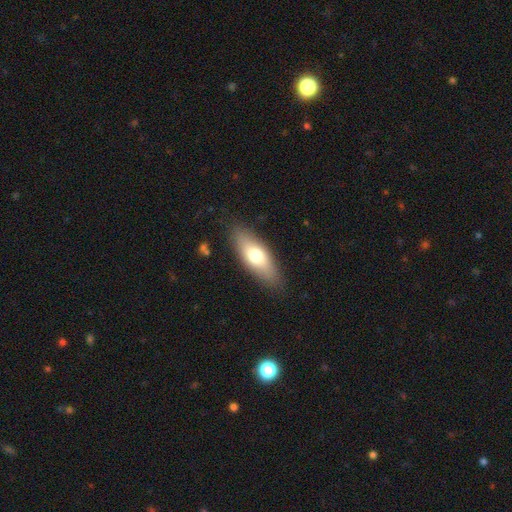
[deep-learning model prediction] Smooth or featured?
  - smooth: 68% *
  - featured or disk: 25%
  - star or artifact: 6%
How rounded?
  - in between: 69% *
  - cigar-shaped: 28%
  - round: 3%
Merging?
  - none: 85% *
  - minor disturbance: 11%
  - major disturbance: 3%
  - merger: 1%